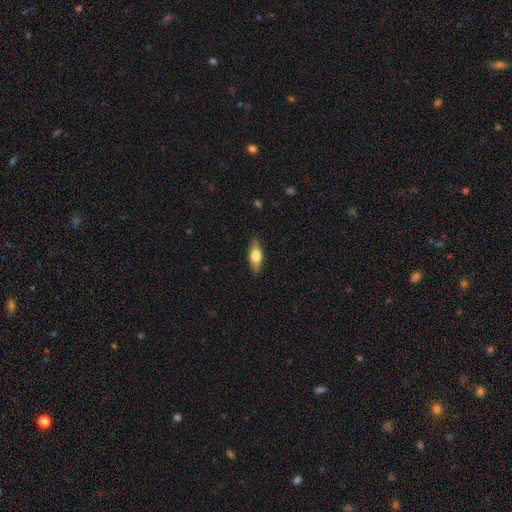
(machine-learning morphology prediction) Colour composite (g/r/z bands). It shows a smooth galaxy with no disk features (62%) that is in between round and cigar-shaped (68%). Merging: none (86%).